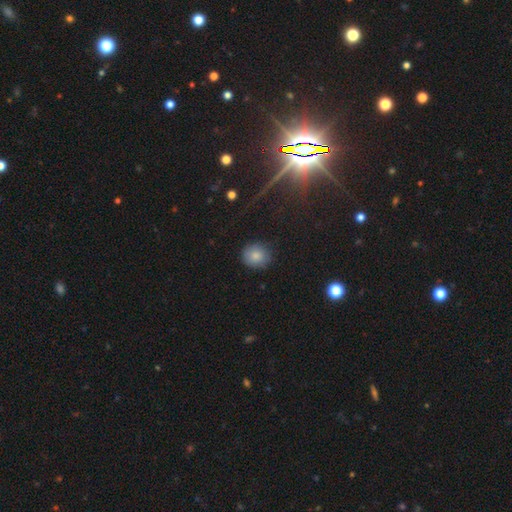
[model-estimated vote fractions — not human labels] Morphology: type=smooth (83%); roundness=round (85%); merging=none (84%).